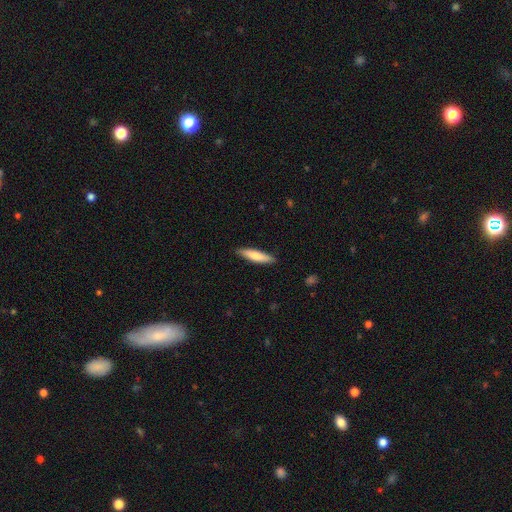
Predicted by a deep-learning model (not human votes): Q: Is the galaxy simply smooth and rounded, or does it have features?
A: smooth — 76%.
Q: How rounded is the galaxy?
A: cigar-shaped — 78%.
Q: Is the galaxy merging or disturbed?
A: none — 88%.